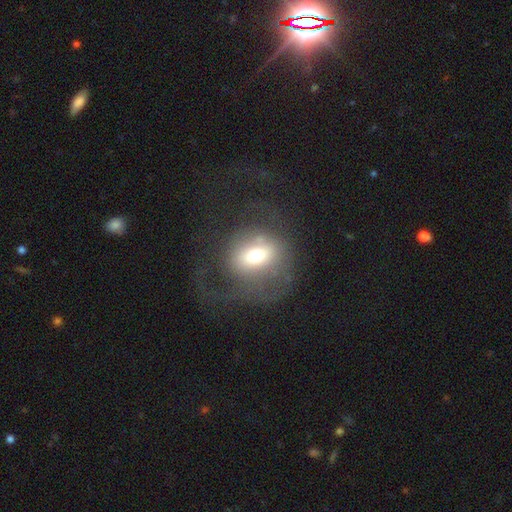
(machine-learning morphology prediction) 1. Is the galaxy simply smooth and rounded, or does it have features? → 51% smooth, 37% featured or disk, 12% star or artifact.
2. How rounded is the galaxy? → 62% round, 36% in between, 2% cigar-shaped.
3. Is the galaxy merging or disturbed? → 42% major disturbance, 40% none, 16% minor disturbance, 3% merger.